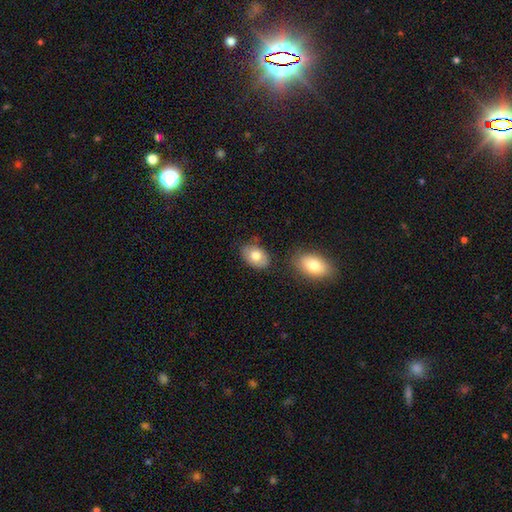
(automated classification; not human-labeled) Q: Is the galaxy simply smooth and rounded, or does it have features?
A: smooth — 77%.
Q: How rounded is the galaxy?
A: in between — 86%.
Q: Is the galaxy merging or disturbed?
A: none — 76%.